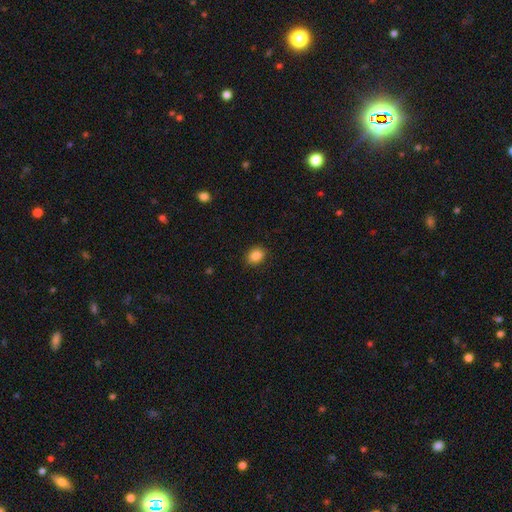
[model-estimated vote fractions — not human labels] The model was most divided on "how rounded": in between: 60%, round: 39%, cigar-shaped: 1%. More confident: merging — none (88%); smooth or featured — smooth (88%).